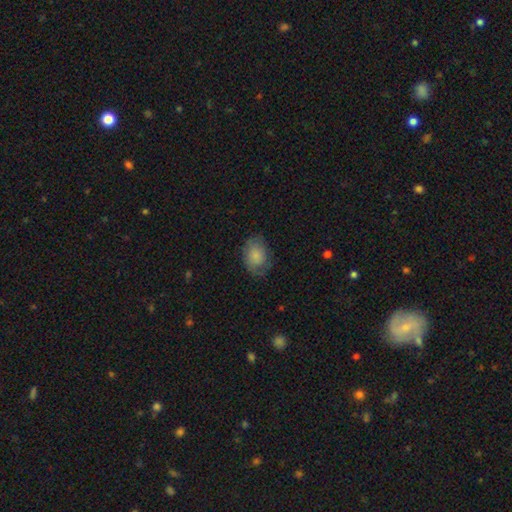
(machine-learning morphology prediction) smooth_or_featured: smooth (p=0.78) [alt: featured or disk p=0.14]
how_rounded: in between (p=0.70) [alt: round p=0.29]
merging: none (p=0.67) [alt: minor disturbance p=0.23]